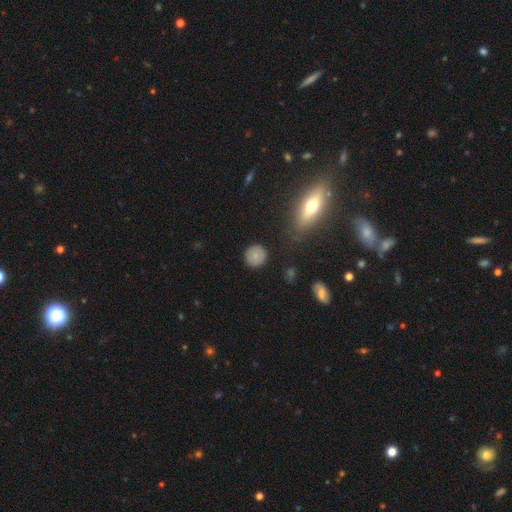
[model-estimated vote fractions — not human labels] This is likely a smooth galaxy (80%). How rounded: clearly round (93%). Merging: clearly none (87%).